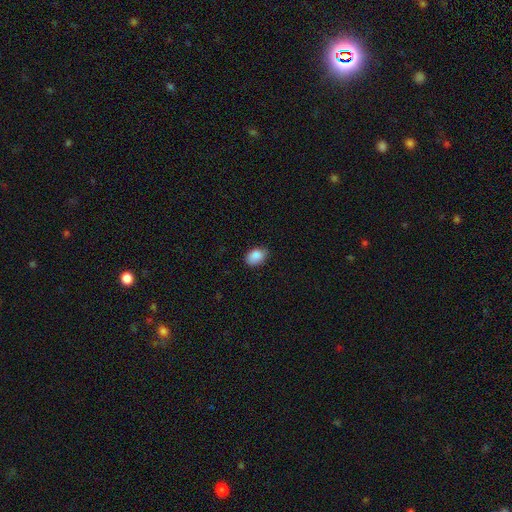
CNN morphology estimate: smooth_or_featured: smooth (p=0.89) [alt: star or artifact p=0.08]
how_rounded: in between (p=0.85) [alt: round p=0.14]
merging: none (p=0.76) [alt: minor disturbance p=0.20]